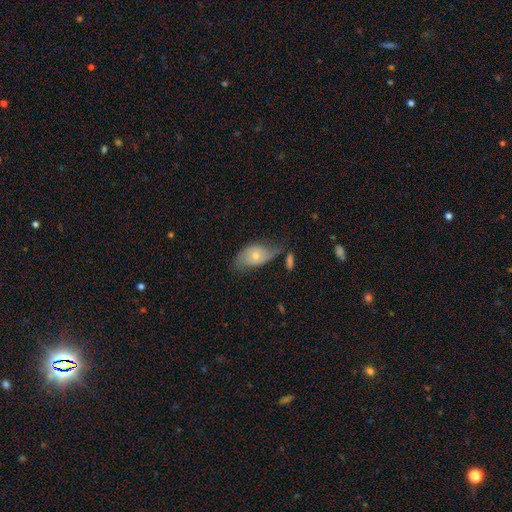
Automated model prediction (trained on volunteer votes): A smooth galaxy with no disk features (47%).

Vote fractions:
- Smooth or featured? smooth: 47% / featured or disk: 46% / star or artifact: 7%
- Merging? none: 46% / minor disturbance: 32% / major disturbance: 15% / merger: 7%